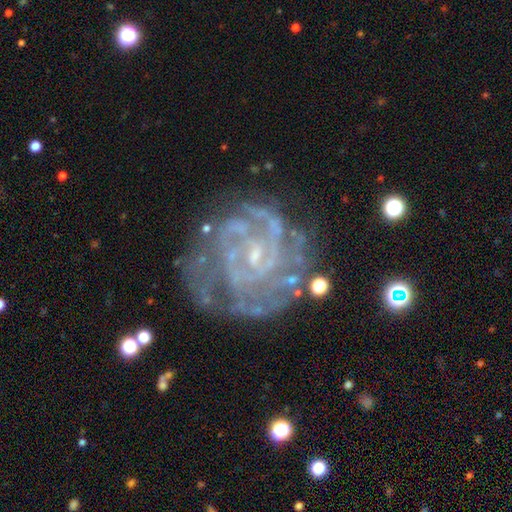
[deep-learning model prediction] Overall: featured or disk (88%). Edge-on disk: no (98%). Bar: no (51%; weak 38%). Spiral arms: yes (94%). Spiral arm count: can't tell (31%; 3 21%). Spiral winding: tight (71%). Bulge size: small (74%). Merging: none (67%).